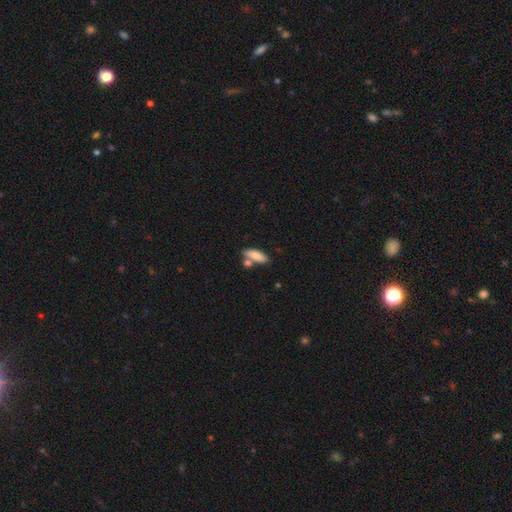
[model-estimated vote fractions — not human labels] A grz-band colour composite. It shows a smooth galaxy with no disk features (82%) that is in between round and cigar-shaped (68%). Merging: none (59%).